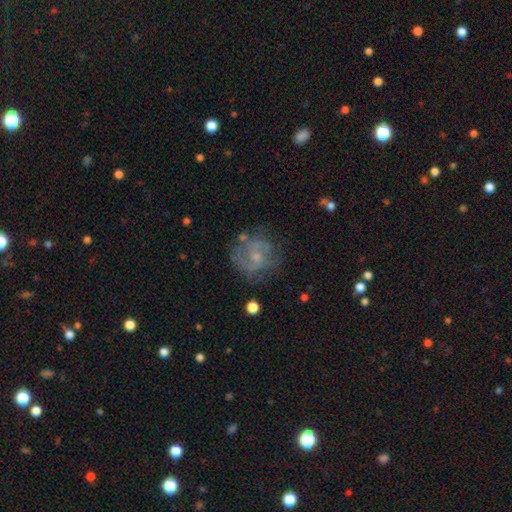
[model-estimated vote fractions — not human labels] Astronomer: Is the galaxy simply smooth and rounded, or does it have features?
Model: featured or disk — 62%.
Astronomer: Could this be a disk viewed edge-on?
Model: no — 98%.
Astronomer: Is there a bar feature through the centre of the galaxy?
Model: no — 66%.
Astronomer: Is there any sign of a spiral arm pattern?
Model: yes — 68%.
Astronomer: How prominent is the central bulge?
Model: small — 57%.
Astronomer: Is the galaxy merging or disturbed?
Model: none — 62%.